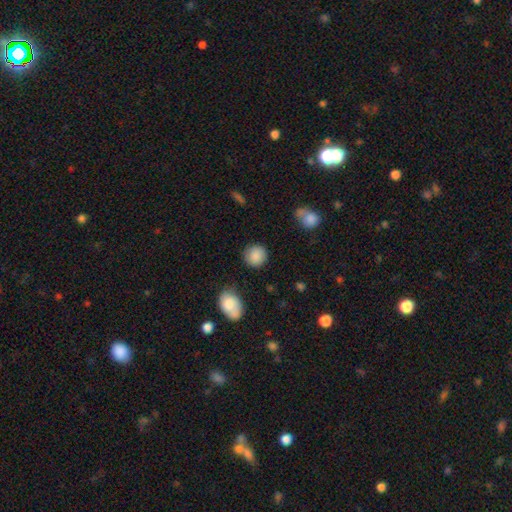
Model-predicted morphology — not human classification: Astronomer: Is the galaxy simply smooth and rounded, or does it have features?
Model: smooth — 87%.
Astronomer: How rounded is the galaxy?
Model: round — 89%.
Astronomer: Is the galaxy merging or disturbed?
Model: none — 85%.